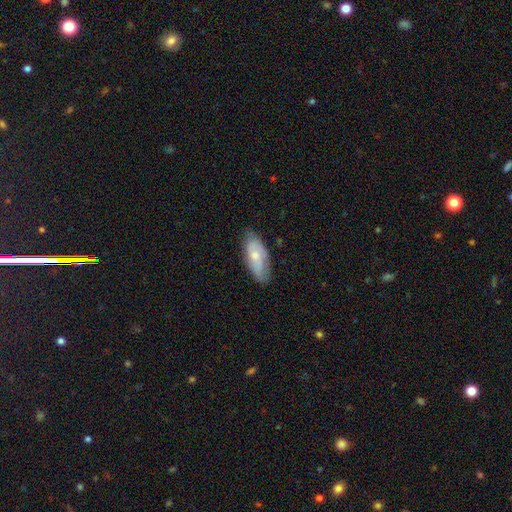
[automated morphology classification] smooth 55%, featured or disk 39%, star or artifact 6%. Down the decision tree: how rounded — in between (83%); merging — none (72%).